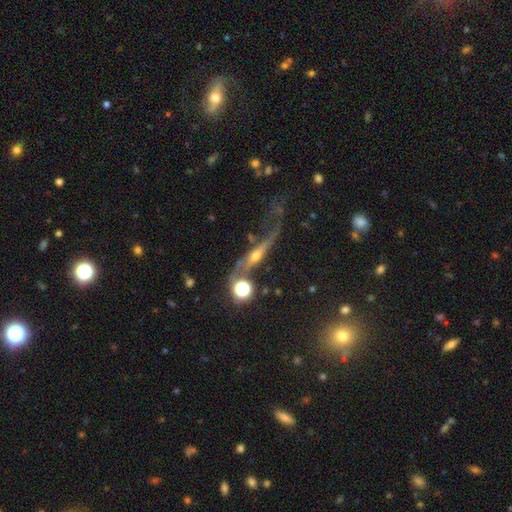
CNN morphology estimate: Smooth or featured? Predicted: featured or disk (p=0.71). Edge-on disk? Predicted: yes (p=0.61). Merging? Predicted: none (p=0.41).